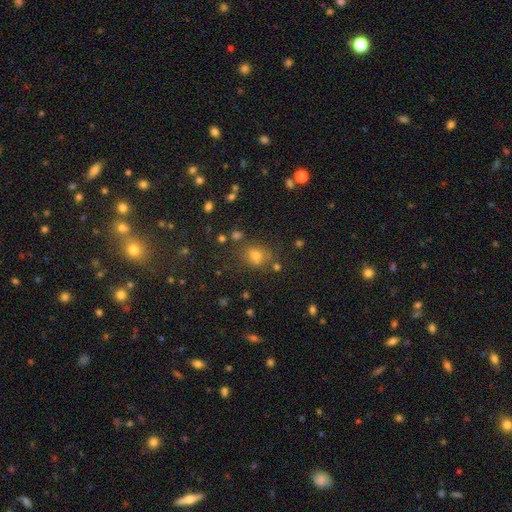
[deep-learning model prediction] Q: Smooth or featured?
A: smooth (65%); runner-up: star or artifact (26%)
Q: How rounded?
A: round (56%); runner-up: in between (42%)
Q: Merging?
A: none (72%); runner-up: minor disturbance (14%)